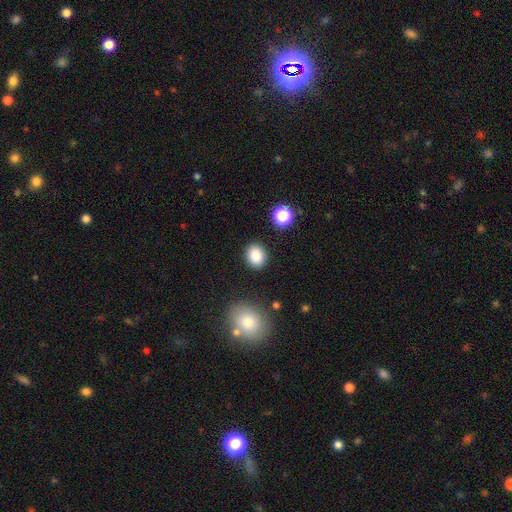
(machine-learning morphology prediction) Smooth or featured: smooth — 86% (star or artifact — 10%)
How rounded: round — 58% (in between — 41%)
Merging: none — 87% (minor disturbance — 8%)